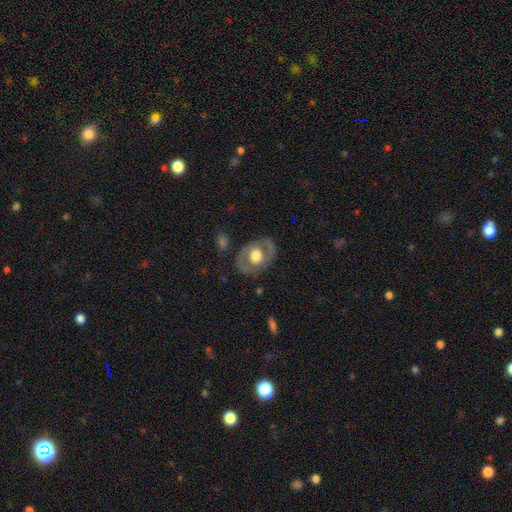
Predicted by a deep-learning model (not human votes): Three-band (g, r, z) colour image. It shows a featured or disk galaxy (60%) with no bar (75%), no spiral arms (60%) and a large central bulge (50%). Merging: none (77%).